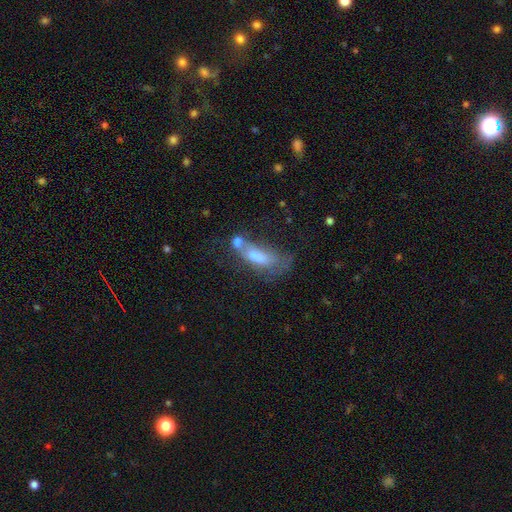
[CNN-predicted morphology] type=smooth (49%); merging=merger (41%).